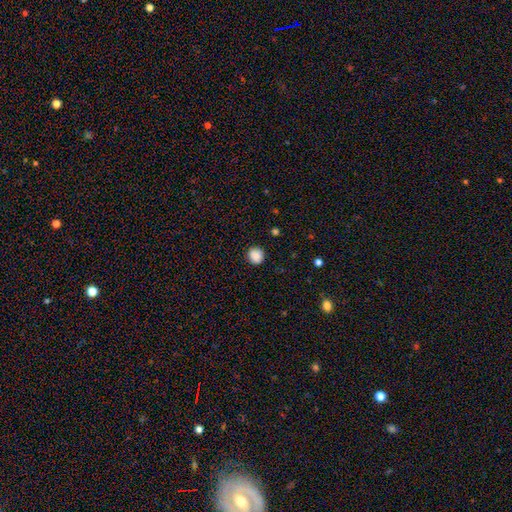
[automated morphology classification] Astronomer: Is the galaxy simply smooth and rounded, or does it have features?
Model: smooth — 88%.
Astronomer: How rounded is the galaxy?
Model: round — 90%.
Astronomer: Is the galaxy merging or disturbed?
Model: none — 90%.